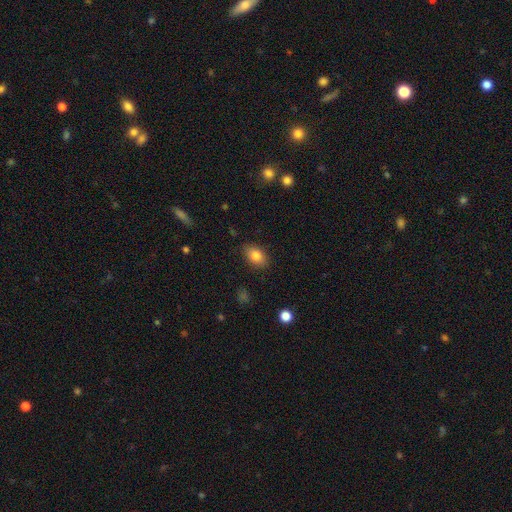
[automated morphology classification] Smooth or featured: smooth — 83% (featured or disk — 9%)
How rounded: in between — 86% (round — 12%)
Merging: none — 85% (minor disturbance — 11%)